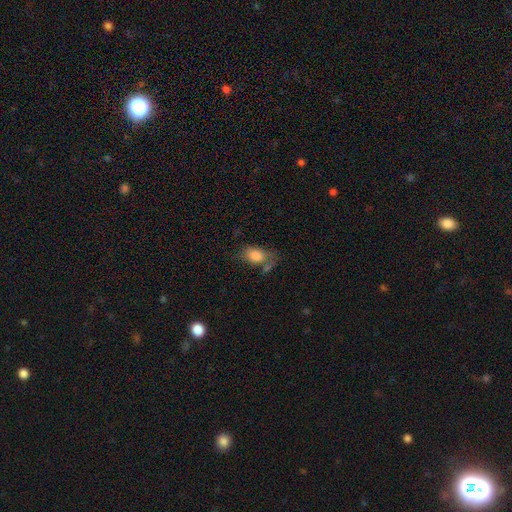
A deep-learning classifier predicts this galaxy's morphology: smooth-or-featured: smooth: 80% | featured or disk: 12% | star or artifact: 8%
  how-rounded: in between: 83% | round: 14% | cigar-shaped: 2%
  merging: none: 41% | minor disturbance: 26% | major disturbance: 18% | merger: 15%